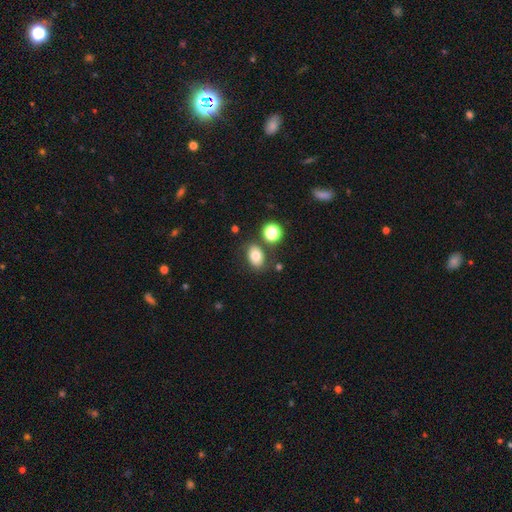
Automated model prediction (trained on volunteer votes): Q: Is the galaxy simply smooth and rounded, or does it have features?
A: smooth — 77%.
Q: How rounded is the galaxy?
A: in between — 78%.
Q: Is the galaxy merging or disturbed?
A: none — 76%.